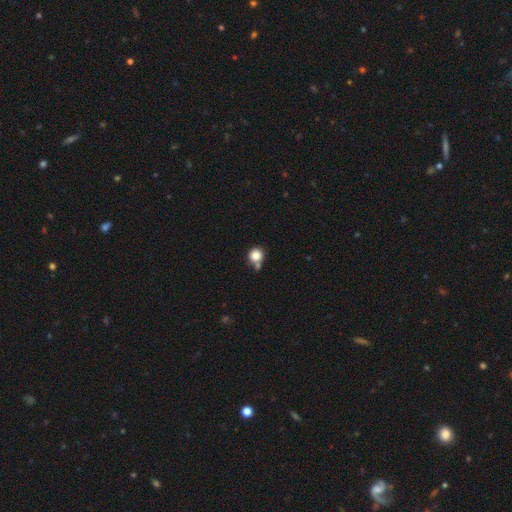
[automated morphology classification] Q: Smooth or featured?
A: smooth (82%); runner-up: star or artifact (11%)
Q: How rounded?
A: round (90%); runner-up: in between (9%)
Q: Merging?
A: none (61%); runner-up: merger (23%)